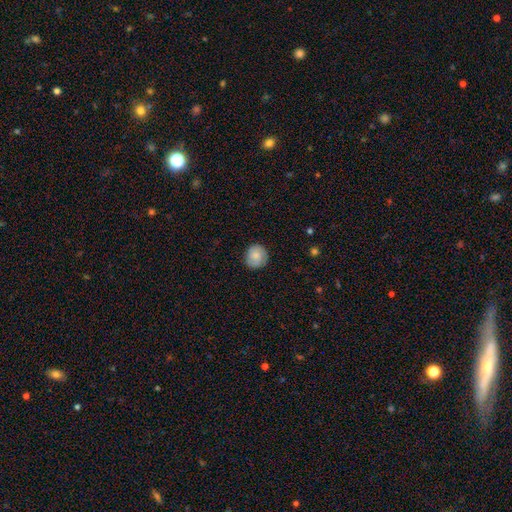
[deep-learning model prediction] A smooth galaxy with no disk features (77%) that is round (84%).

Vote fractions:
- Smooth or featured? smooth: 77% / featured or disk: 16% / star or artifact: 7%
- How rounded? round: 84% / in between: 15% / cigar-shaped: 1%
- Merging? none: 84% / minor disturbance: 12% / major disturbance: 3% / merger: 1%